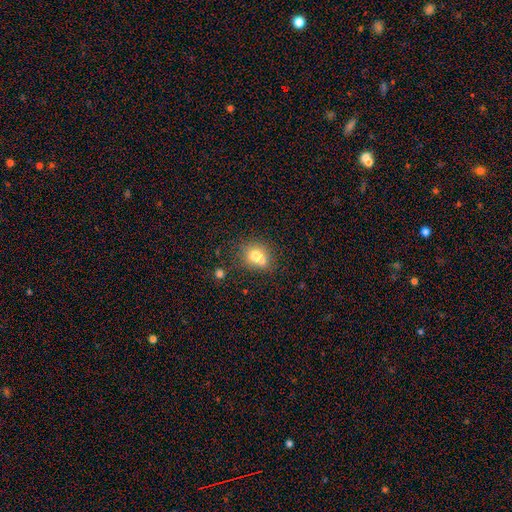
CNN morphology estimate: smooth_or_featured: smooth (p=0.70) [alt: featured or disk p=0.18]
how_rounded: round (p=0.73) [alt: in between p=0.26]
merging: none (p=0.44) [alt: merger p=0.40]